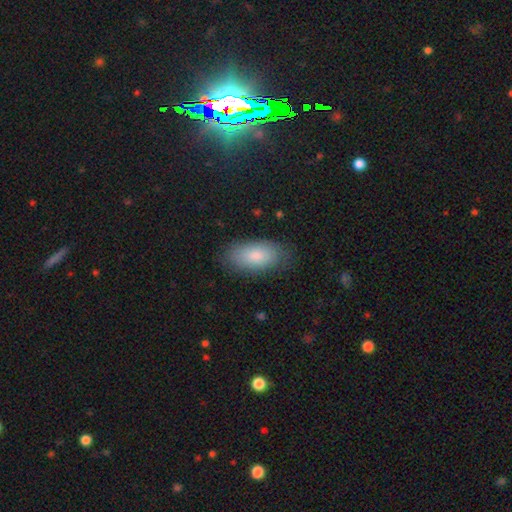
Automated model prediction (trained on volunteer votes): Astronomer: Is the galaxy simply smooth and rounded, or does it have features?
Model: smooth — 83%.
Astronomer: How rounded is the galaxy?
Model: in between — 93%.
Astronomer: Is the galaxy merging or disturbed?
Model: none — 79%.